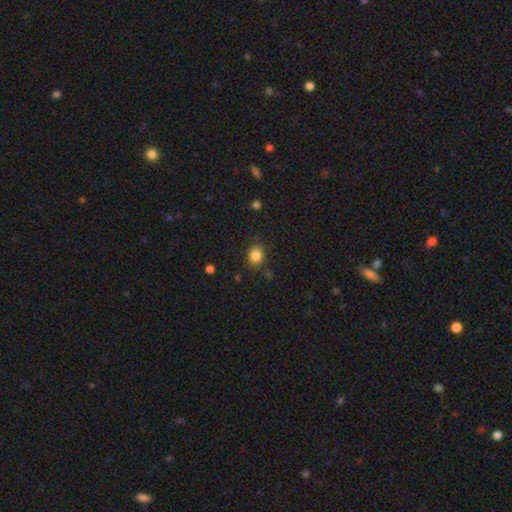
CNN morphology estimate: The model was most divided on "how rounded": round: 63%, in between: 37%, cigar-shaped: 1%. More confident: smooth or featured — smooth (84%); merging — none (78%).